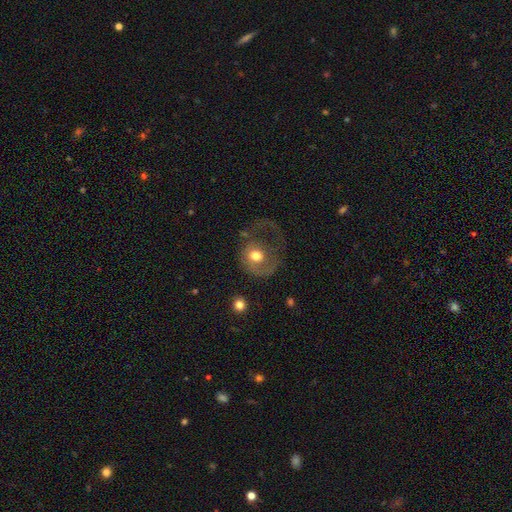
Smooth or featured? featured or disk (50%)
Edge-on disk? no (95%)
Bar? no (79%)
Spiral arms? yes (79%)
Spiral winding? medium (40%)
Spiral arm count? 1 (53%)
Bulge size? moderate (63%)
Merging? major disturbance (62%)